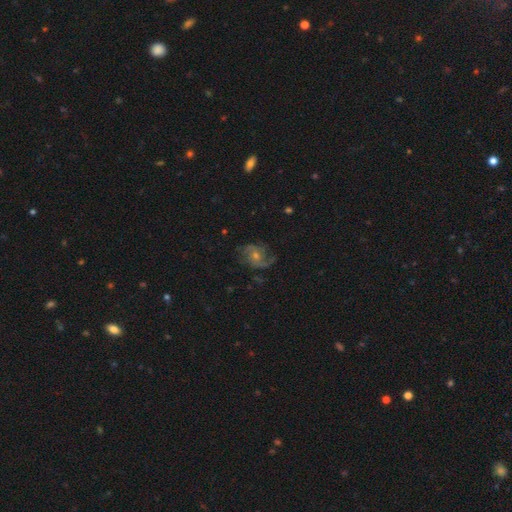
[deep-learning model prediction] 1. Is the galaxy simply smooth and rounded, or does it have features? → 75% featured or disk, 12% smooth, 12% star or artifact.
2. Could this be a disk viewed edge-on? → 97% no, 3% yes.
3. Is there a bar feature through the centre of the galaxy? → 70% no, 25% weak, 5% strong.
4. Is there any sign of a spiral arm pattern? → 93% yes, 7% no.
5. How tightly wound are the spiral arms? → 48% medium, 30% loose, 22% tight.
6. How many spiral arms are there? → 57% 2, 16% can't tell, 13% 3, 7% 1, 4% 4, 3% more than 4.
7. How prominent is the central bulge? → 49% moderate, 45% small, 3% large, 2% none, 1% dominant.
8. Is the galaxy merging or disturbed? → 69% none, 18% minor disturbance, 12% major disturbance, 2% merger.